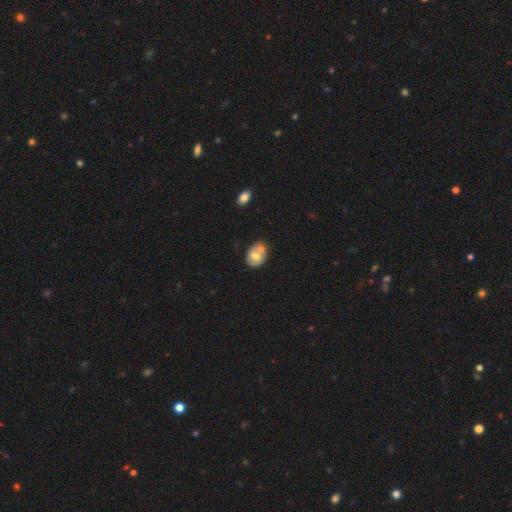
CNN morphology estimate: This appears to be a smooth galaxy with no disk features (52%) that is in between round and cigar-shaped (62%). Merging: none (41%).